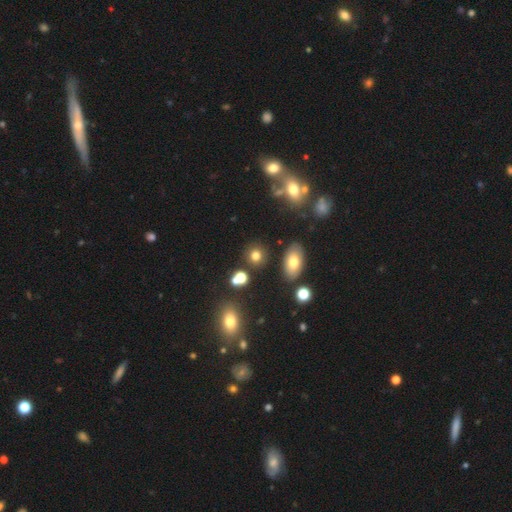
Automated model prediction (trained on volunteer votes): Smooth or featured? smooth (76%)
How rounded? round (82%)
Merging? none (80%)